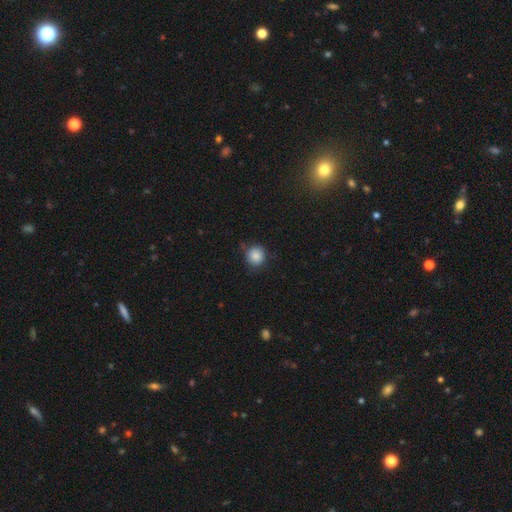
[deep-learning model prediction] smooth 84%, star or artifact 10%, featured or disk 6%. Down the decision tree: how rounded — round (90%); merging — none (78%).